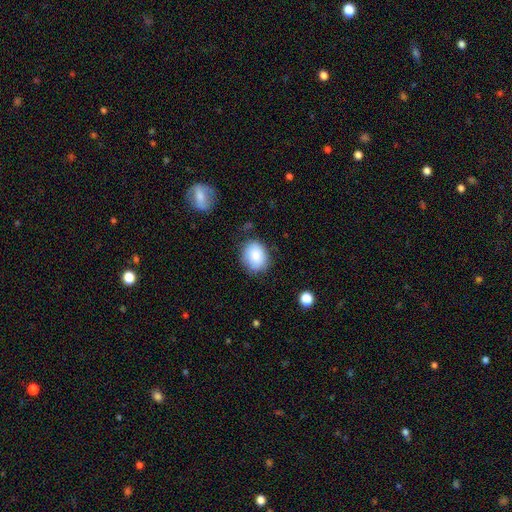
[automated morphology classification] This appears to be a smooth galaxy with no disk features (80%) that is round (59%). Merging: none (75%).